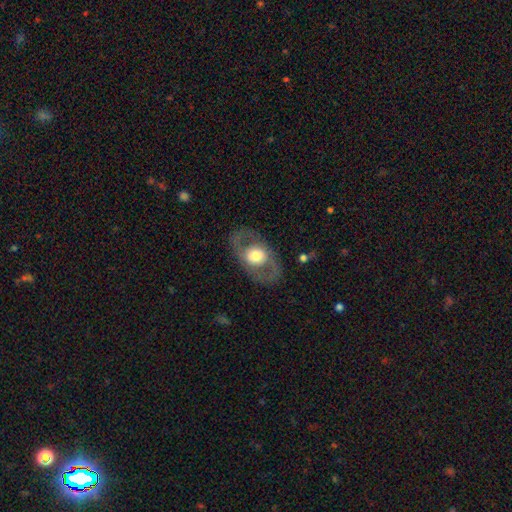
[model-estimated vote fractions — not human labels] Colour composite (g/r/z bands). It shows a featured or disk galaxy (61%) with no bar (75%), no spiral arms (62%) and a moderate central bulge (46%). Merging: none (80%).